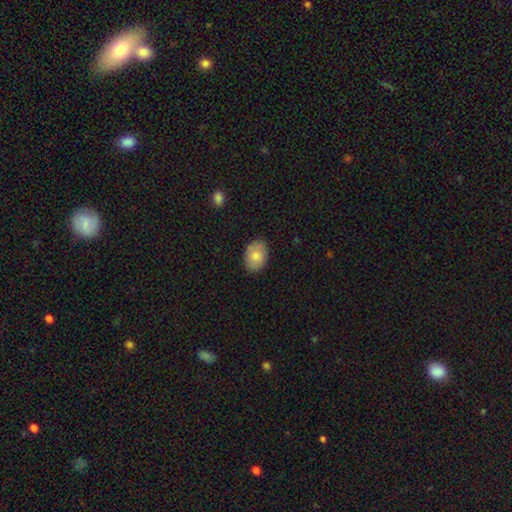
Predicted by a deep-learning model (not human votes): Smooth or featured?
  - smooth: 81% *
  - featured or disk: 12%
  - star or artifact: 7%
How rounded?
  - in between: 78% *
  - round: 21%
  - cigar-shaped: 1%
Merging?
  - none: 85% *
  - minor disturbance: 11%
  - major disturbance: 2%
  - merger: 1%